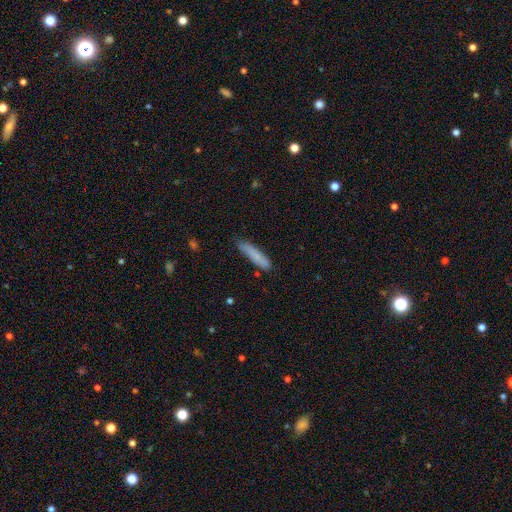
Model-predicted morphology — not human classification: Overall: smooth (76%). How rounded: cigar-shaped (86%). Merging: none (77%).